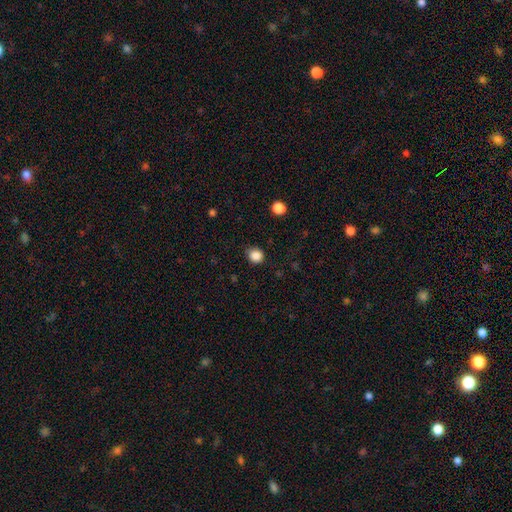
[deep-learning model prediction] Morphology: type=smooth (86%); roundness=round (86%); merging=none (84%).